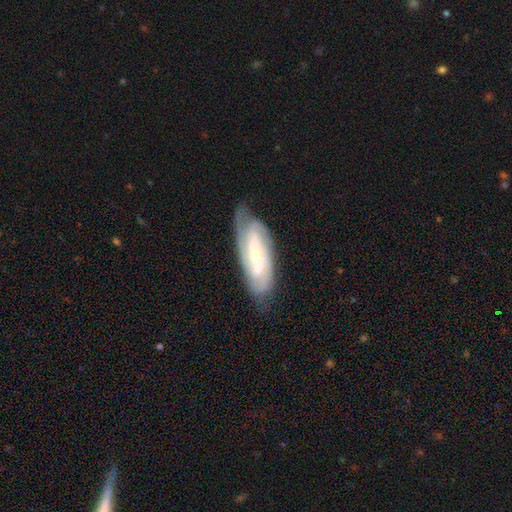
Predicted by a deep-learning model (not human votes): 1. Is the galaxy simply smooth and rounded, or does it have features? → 79% featured or disk, 16% smooth, 5% star or artifact.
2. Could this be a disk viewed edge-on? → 91% no, 9% yes.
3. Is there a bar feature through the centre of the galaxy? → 53% no, 33% weak, 14% strong.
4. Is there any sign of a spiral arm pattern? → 95% yes, 5% no.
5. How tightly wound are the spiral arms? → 59% tight, 33% medium, 8% loose.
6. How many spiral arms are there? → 36% 2, 28% can't tell, 21% 3, 7% 4, 4% 1, 3% more than 4.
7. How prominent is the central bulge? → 65% small, 28% moderate, 3% none, 2% large, 1% dominant.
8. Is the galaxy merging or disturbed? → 72% none, 20% minor disturbance, 6% major disturbance, 1% merger.